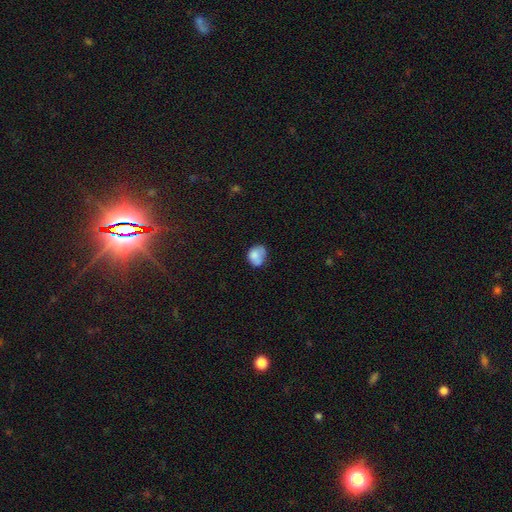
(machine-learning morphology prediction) Smooth or featured? Predicted: smooth (p=0.76). How rounded? Predicted: round (p=0.53). Merging? Predicted: none (p=0.44).